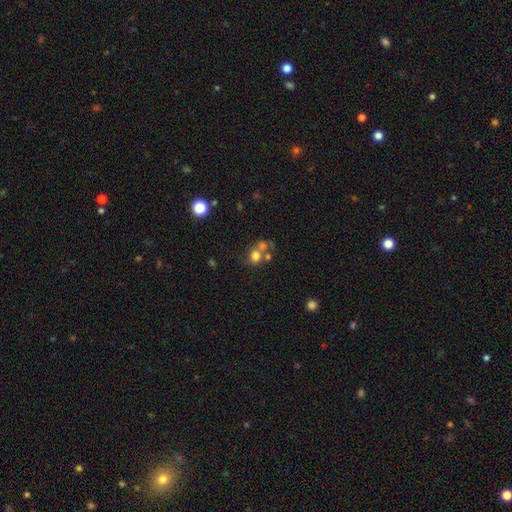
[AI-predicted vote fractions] smooth_or_featured: smooth (p=0.69) [alt: featured or disk p=0.16]
how_rounded: round (p=0.72) [alt: in between p=0.27]
merging: merger (p=0.45) [alt: none p=0.37]